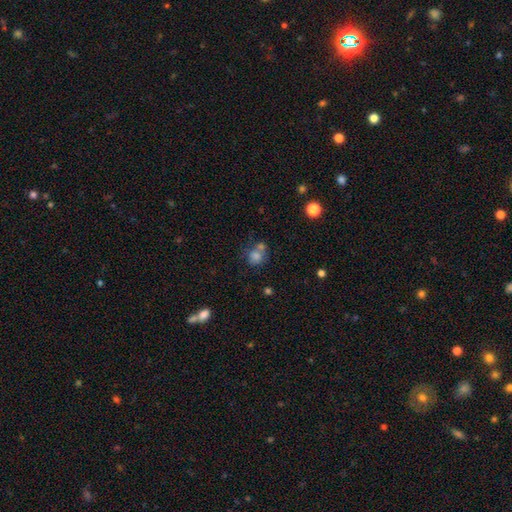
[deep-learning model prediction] Smooth or featured? smooth (74%)
How rounded? round (71%)
Merging? merger (41%)